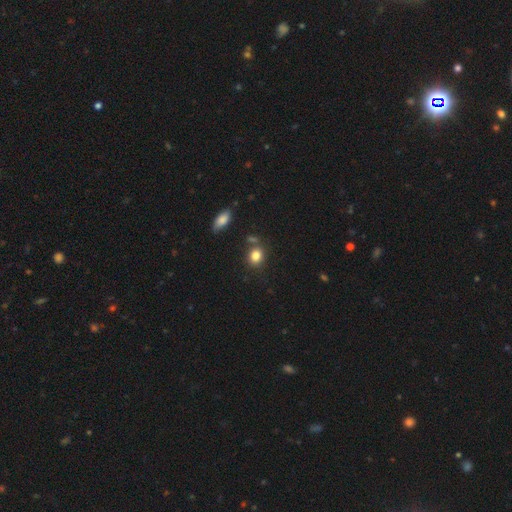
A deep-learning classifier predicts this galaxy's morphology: This is clearly a smooth galaxy (83%). How rounded: possibly round (59%). Merging: likely none (73%).